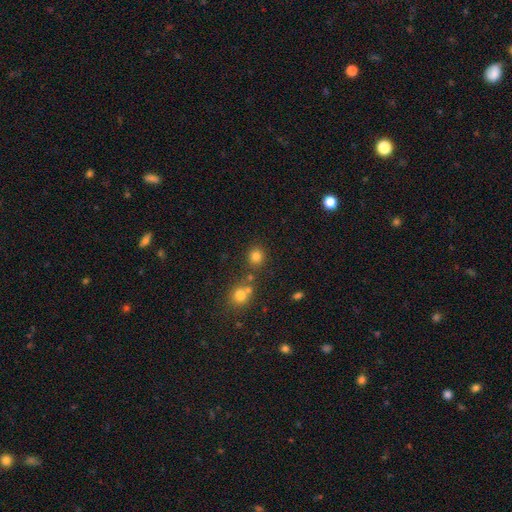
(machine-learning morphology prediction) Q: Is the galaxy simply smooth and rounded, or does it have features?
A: smooth — 80%.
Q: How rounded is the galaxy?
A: round — 85%.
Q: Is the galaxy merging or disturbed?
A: none — 78%.